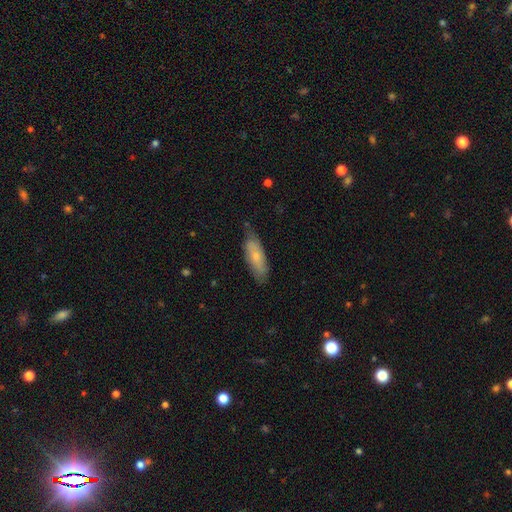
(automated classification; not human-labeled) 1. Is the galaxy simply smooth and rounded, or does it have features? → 61% smooth, 33% featured or disk, 6% star or artifact.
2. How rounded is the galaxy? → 55% in between, 43% cigar-shaped, 2% round.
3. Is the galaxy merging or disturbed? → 68% none, 26% minor disturbance, 5% major disturbance, 2% merger.